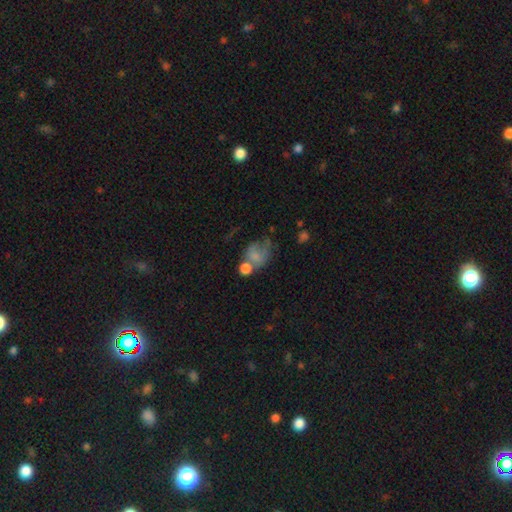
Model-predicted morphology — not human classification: The model was most divided on "how rounded": in between: 50%, round: 49%, cigar-shaped: 1%. Remaining: smooth or featured — smooth (62%); merging — merger (31%).